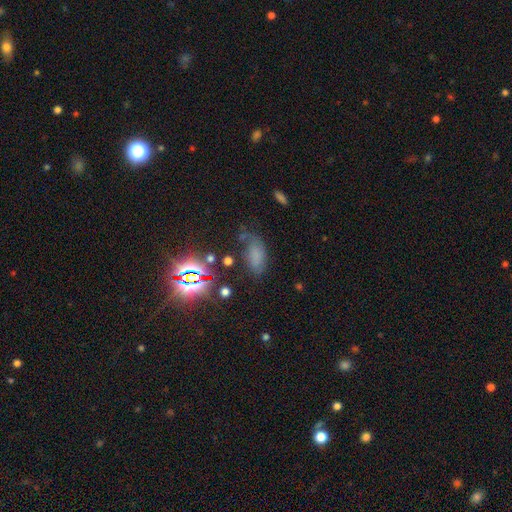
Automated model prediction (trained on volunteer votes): A smooth galaxy with no disk features (57%) that is in between round and cigar-shaped (88%). Merging: none (51%).